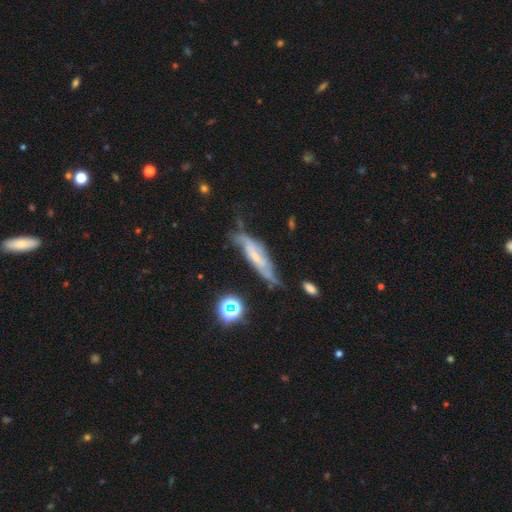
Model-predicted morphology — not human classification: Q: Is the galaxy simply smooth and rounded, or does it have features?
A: featured or disk — 64%.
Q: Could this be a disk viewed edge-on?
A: no — 68%.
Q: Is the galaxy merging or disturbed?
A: none — 43%.